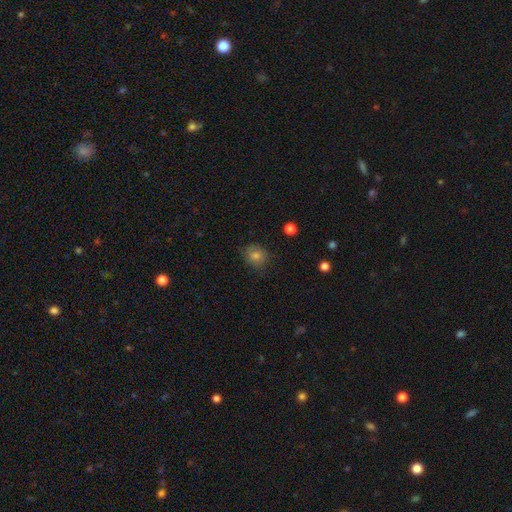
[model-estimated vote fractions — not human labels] Overall: smooth (77%). How rounded: round (77%). Merging: none (80%).